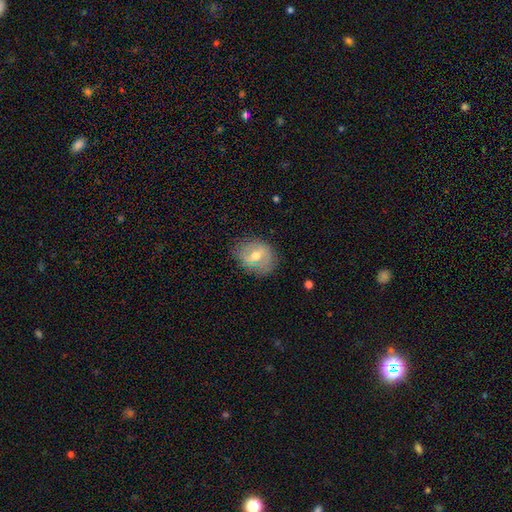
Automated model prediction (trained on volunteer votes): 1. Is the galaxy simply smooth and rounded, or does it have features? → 49% featured or disk, 42% smooth, 9% star or artifact.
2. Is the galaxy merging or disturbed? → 70% none, 22% minor disturbance, 7% major disturbance, 1% merger.